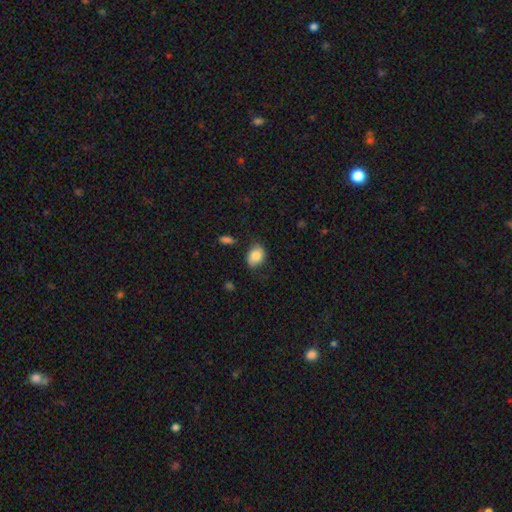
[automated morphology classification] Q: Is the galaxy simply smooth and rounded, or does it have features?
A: smooth — 82%.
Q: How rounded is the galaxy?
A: in between — 69%.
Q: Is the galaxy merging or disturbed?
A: none — 71%.